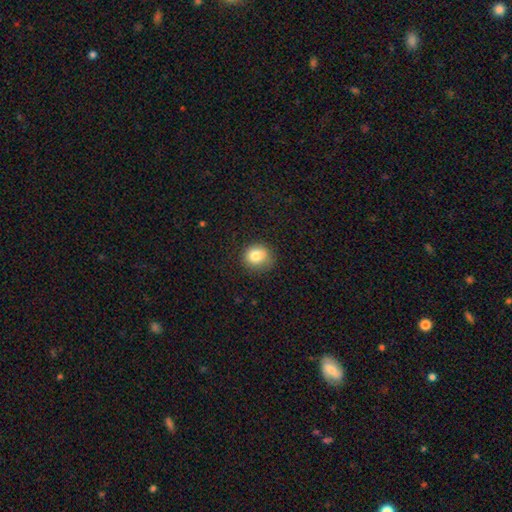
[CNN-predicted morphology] This appears to be a smooth galaxy with no disk features (82%) that is round (76%). Merging: none (78%).